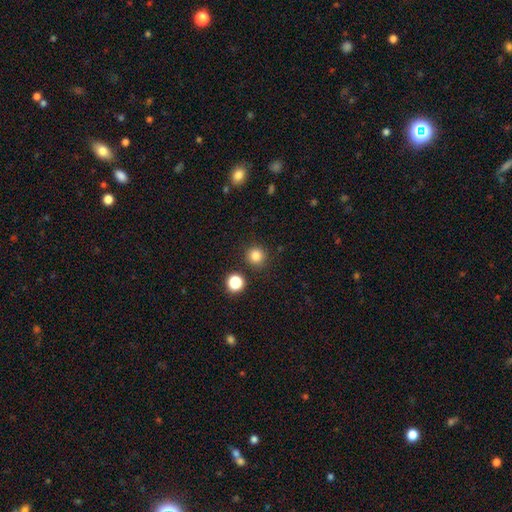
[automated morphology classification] Overall: smooth (83%). How rounded: round (94%). Merging: none (88%).